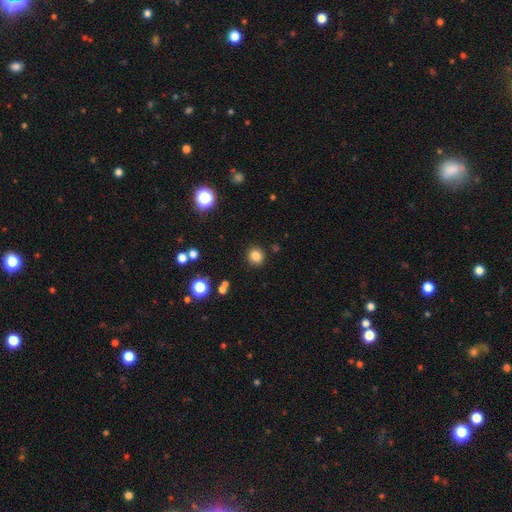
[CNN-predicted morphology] A smooth galaxy with no disk features (83%) that is round (86%).

Vote fractions:
- Smooth or featured? smooth: 83% / star or artifact: 12% / featured or disk: 5%
- How rounded? round: 86% / in between: 13% / cigar-shaped: 1%
- Merging? none: 90% / minor disturbance: 6% / major disturbance: 2% / merger: 2%